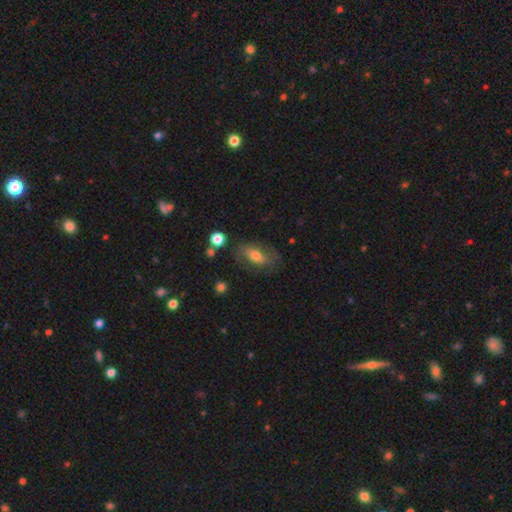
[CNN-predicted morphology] Q: Smooth or featured?
A: smooth (51%); runner-up: featured or disk (41%)
Q: How rounded?
A: in between (83%); runner-up: round (10%)
Q: Merging?
A: none (62%); runner-up: minor disturbance (21%)